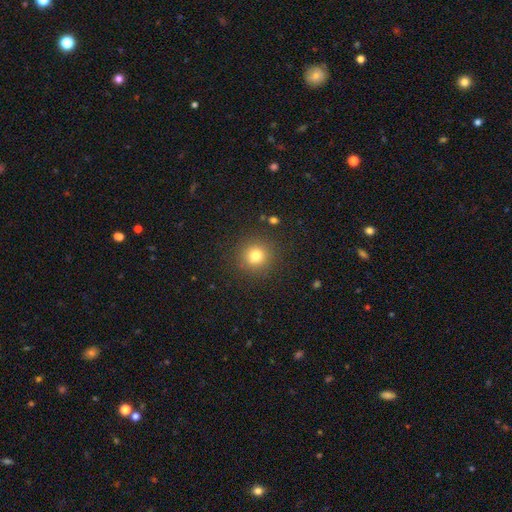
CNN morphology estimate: This is likely a smooth galaxy (78%). How rounded: clearly round (93%). Merging: clearly none (89%).